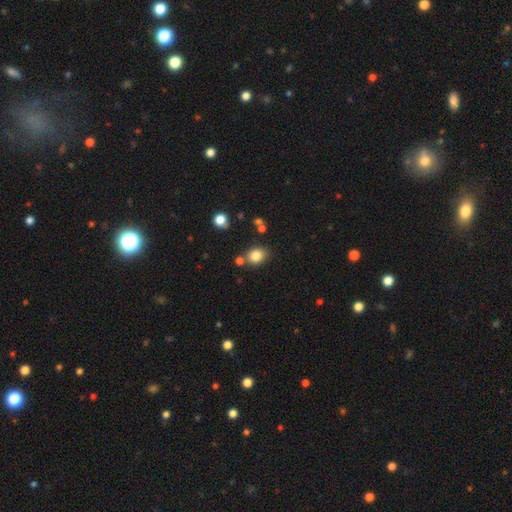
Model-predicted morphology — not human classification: A smooth galaxy with no disk features (82%) that is round (52%).

Vote fractions:
- Smooth or featured? smooth: 82% / star or artifact: 11% / featured or disk: 7%
- How rounded? round: 52% / in between: 47% / cigar-shaped: 1%
- Merging? none: 73% / minor disturbance: 13% / merger: 11% / major disturbance: 4%